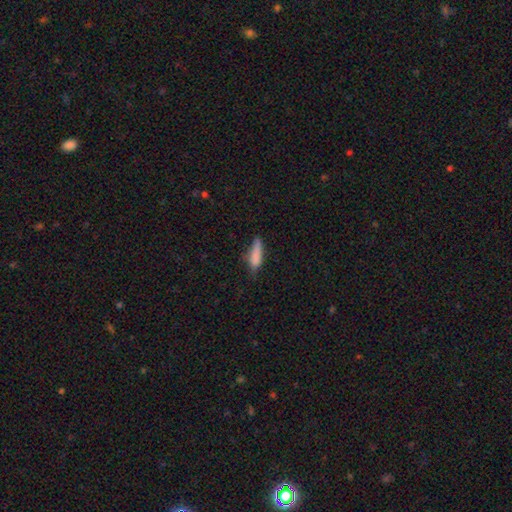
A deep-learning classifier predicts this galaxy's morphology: smooth-or-featured: smooth: 80% | featured or disk: 12% | star or artifact: 8%
  how-rounded: cigar-shaped: 59% | in between: 39% | round: 2%
  merging: none: 53% | minor disturbance: 34% | major disturbance: 10% | merger: 3%